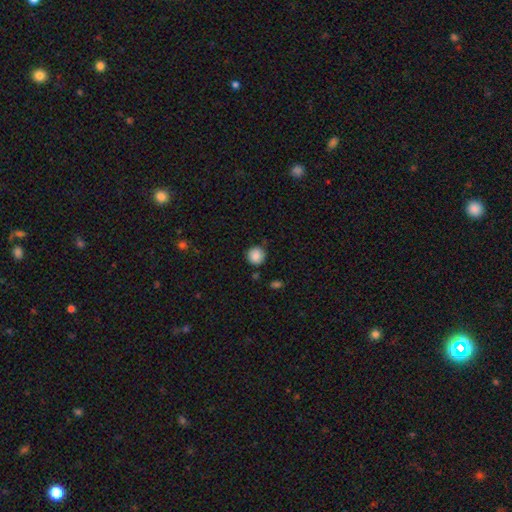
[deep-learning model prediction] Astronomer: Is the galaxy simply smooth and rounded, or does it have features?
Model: smooth — 86%.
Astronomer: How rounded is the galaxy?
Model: round — 92%.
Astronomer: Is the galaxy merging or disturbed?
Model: none — 79%.